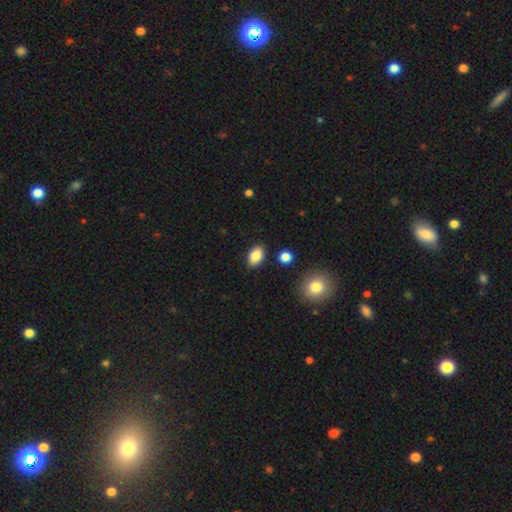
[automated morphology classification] Overall: smooth (86%). How rounded: in between (87%). Merging: none (86%).